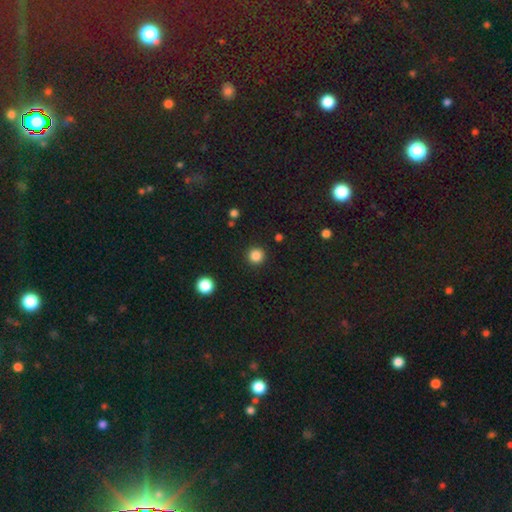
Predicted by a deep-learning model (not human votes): smooth-or-featured: smooth: 85% | star or artifact: 12% | featured or disk: 3%
  how-rounded: round: 95% | in between: 4% | cigar-shaped: 1%
  merging: none: 92% | minor disturbance: 5% | major disturbance: 2% | merger: 1%